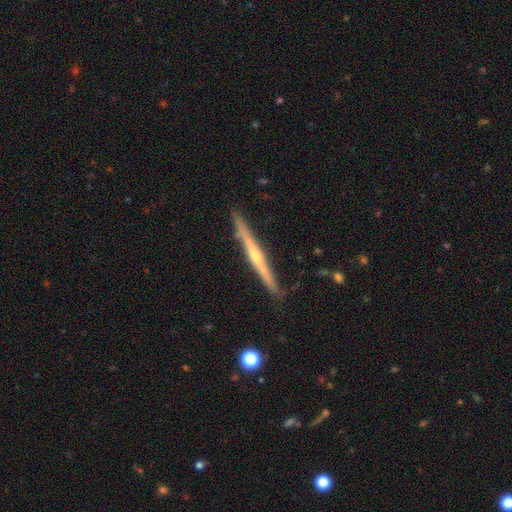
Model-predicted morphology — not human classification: Q: Smooth or featured?
A: featured or disk (75%); runner-up: smooth (19%)
Q: Edge-on disk?
A: yes (98%); runner-up: no (2%)
Q: Edge-on bulge?
A: rounded (75%); runner-up: none (22%)
Q: Merging?
A: none (85%); runner-up: minor disturbance (11%)